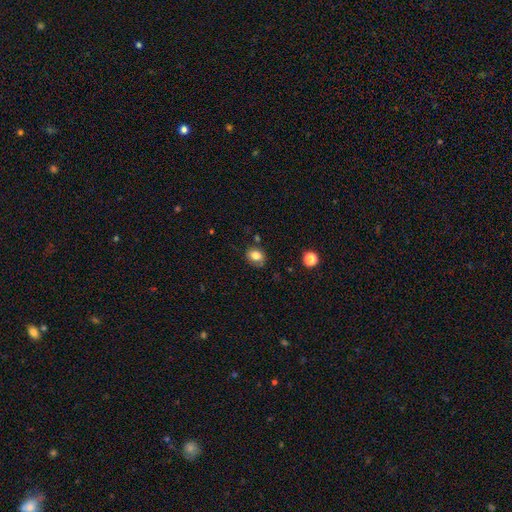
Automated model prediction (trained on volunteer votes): A smooth galaxy with no disk features (80%) that is round (50%).

Vote fractions:
- Smooth or featured? smooth: 80% / star or artifact: 11% / featured or disk: 9%
- How rounded? round: 50% / in between: 49% / cigar-shaped: 1%
- Merging? none: 73% / minor disturbance: 19% / major disturbance: 4% / merger: 4%